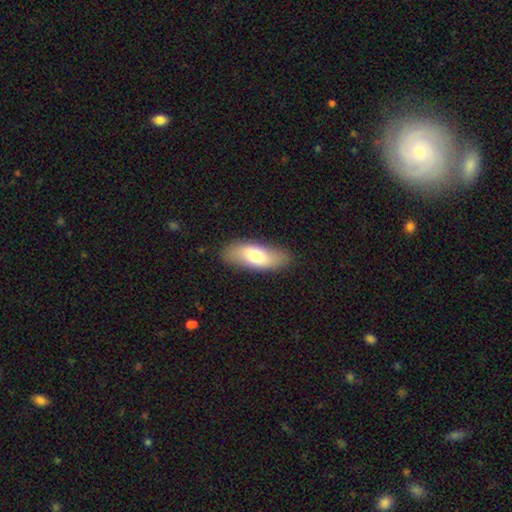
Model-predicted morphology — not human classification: smooth-or-featured: smooth: 72% | featured or disk: 22% | star or artifact: 6%
  how-rounded: in between: 79% | cigar-shaped: 19% | round: 3%
  merging: none: 85% | minor disturbance: 11% | major disturbance: 3% | merger: 1%